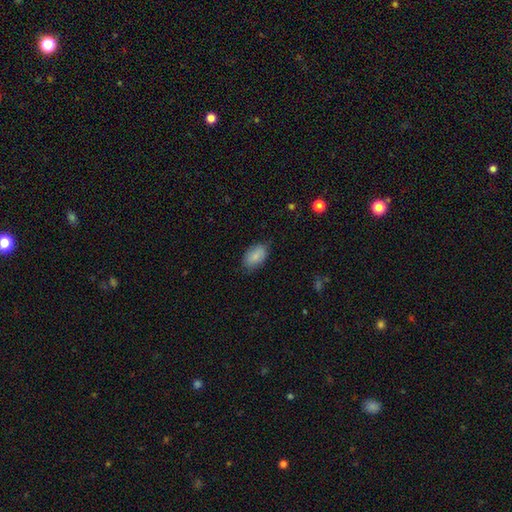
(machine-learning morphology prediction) Q: Smooth or featured?
A: smooth (84%); runner-up: featured or disk (10%)
Q: How rounded?
A: in between (91%); runner-up: round (7%)
Q: Merging?
A: none (77%); runner-up: minor disturbance (18%)